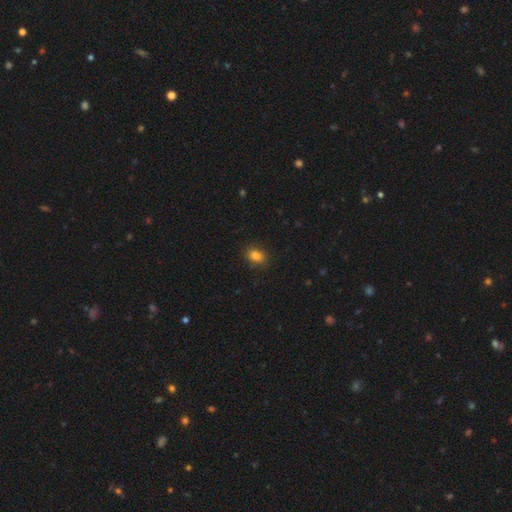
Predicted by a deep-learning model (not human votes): A smooth galaxy with no disk features (84%) that is in between round and cigar-shaped (62%).

Vote fractions:
- Smooth or featured? smooth: 84% / star or artifact: 11% / featured or disk: 4%
- How rounded? in between: 62% / round: 36% / cigar-shaped: 1%
- Merging? none: 85% / minor disturbance: 11% / major disturbance: 3% / merger: 1%